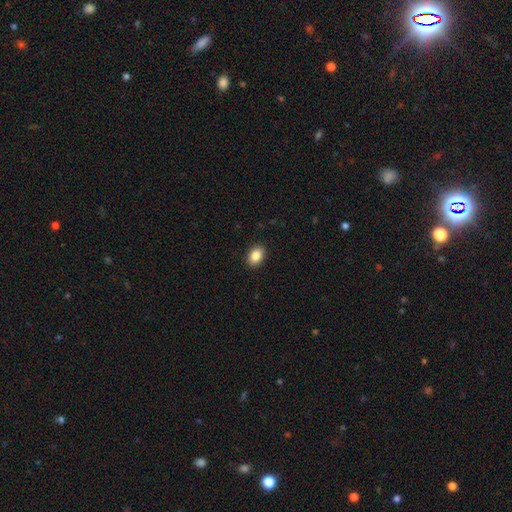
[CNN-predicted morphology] type=smooth (87%); roundness=in between (79%); merging=none (90%).